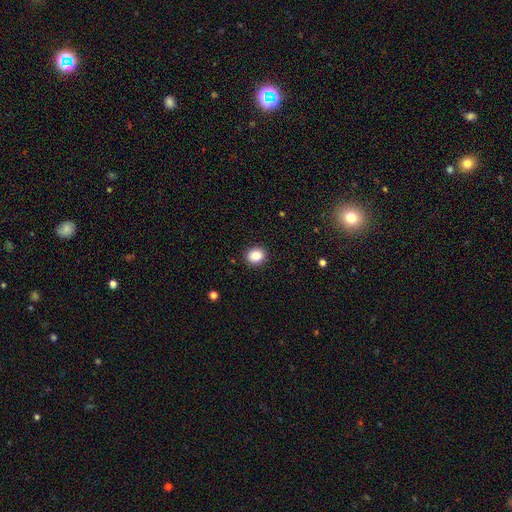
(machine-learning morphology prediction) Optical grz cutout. It shows a smooth galaxy with no disk features (88%) that is round (68%). Merging: none (90%).